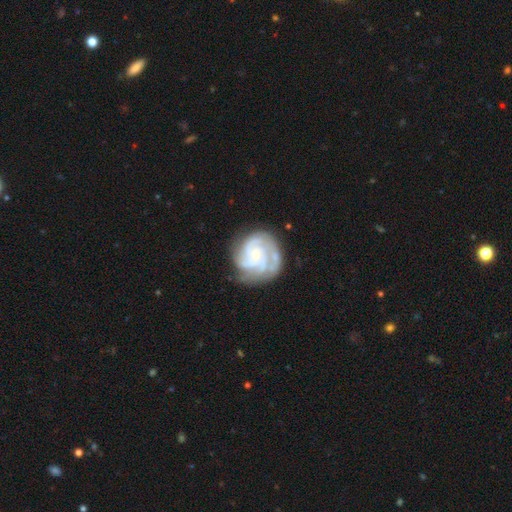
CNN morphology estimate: Smooth or featured?
  - featured or disk: 86% *
  - smooth: 9%
  - star or artifact: 5%
Edge-on disk?
  - no: 98% *
  - yes: 2%
Bar?
  - no: 75% *
  - weak: 21%
  - strong: 4%
Spiral arms?
  - yes: 96% *
  - no: 4%
Spiral winding?
  - tight: 67% *
  - medium: 28%
  - loose: 5%
Spiral arm count?
  - 3: 39% *
  - can't tell: 19%
  - 4: 18%
  - 2: 14%
  - more than 4: 5%
  - 1: 5%
Bulge size?
  - small: 70% *
  - moderate: 21%
  - none: 6%
  - large: 2%
  - dominant: 1%
Merging?
  - none: 68% *
  - minor disturbance: 20%
  - major disturbance: 10%
  - merger: 2%